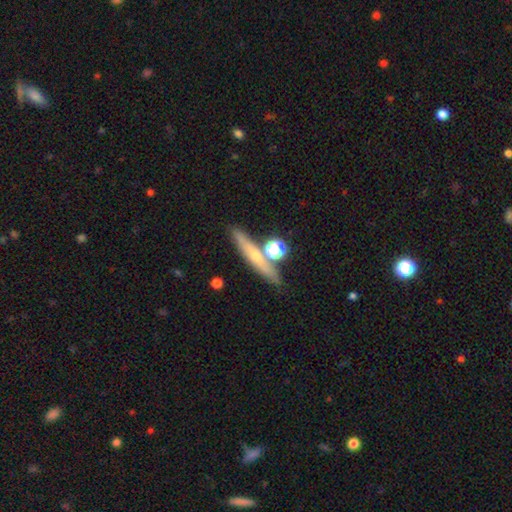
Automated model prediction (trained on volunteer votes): Q: Smooth or featured?
A: featured or disk (45%); runner-up: smooth (44%)
Q: Merging?
A: none (73%); runner-up: merger (13%)